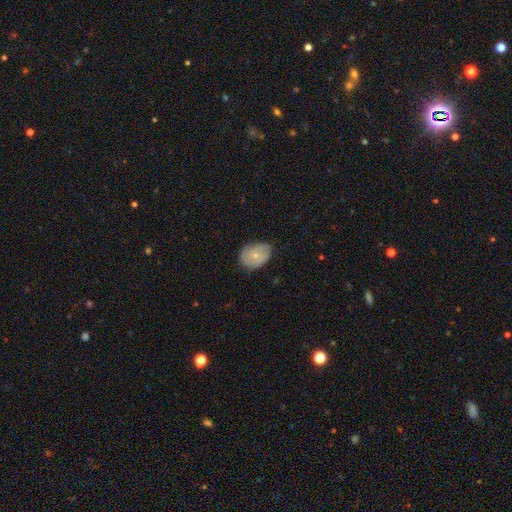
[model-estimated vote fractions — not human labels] Q: Smooth or featured?
A: smooth (53%); runner-up: featured or disk (41%)
Q: How rounded?
A: in between (67%); runner-up: round (32%)
Q: Merging?
A: none (66%); runner-up: minor disturbance (27%)